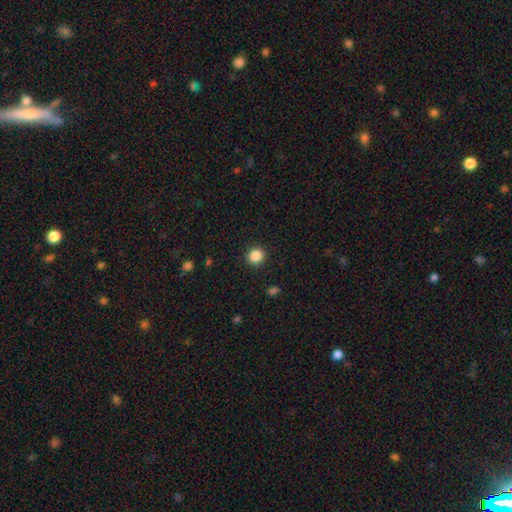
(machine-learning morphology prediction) The model was most divided on "how rounded": round: 85%, in between: 14%, cigar-shaped: 1%. More confident: merging — none (91%); smooth or featured — smooth (87%).